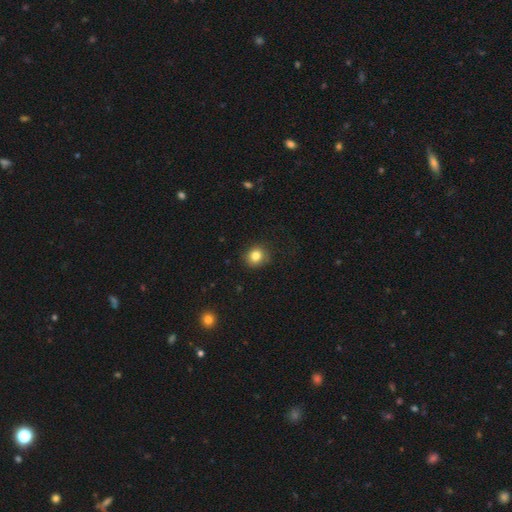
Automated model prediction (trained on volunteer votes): This is clearly a smooth galaxy (82%). How rounded: clearly round (81%). Merging: clearly none (87%).